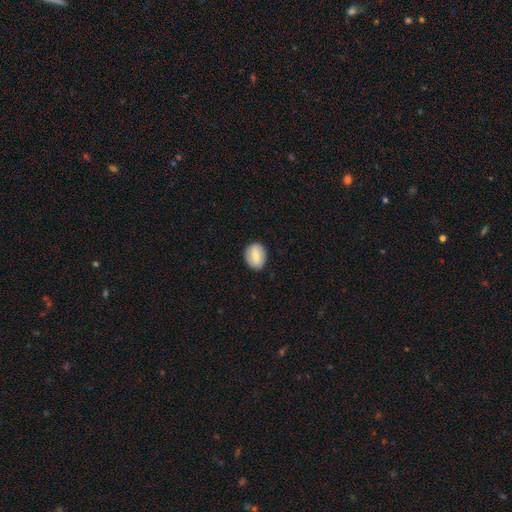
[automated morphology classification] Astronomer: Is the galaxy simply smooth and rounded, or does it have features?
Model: smooth — 66%.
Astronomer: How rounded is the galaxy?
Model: in between — 56% (runner-up: round, 43%).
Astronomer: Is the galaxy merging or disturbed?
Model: none — 86%.